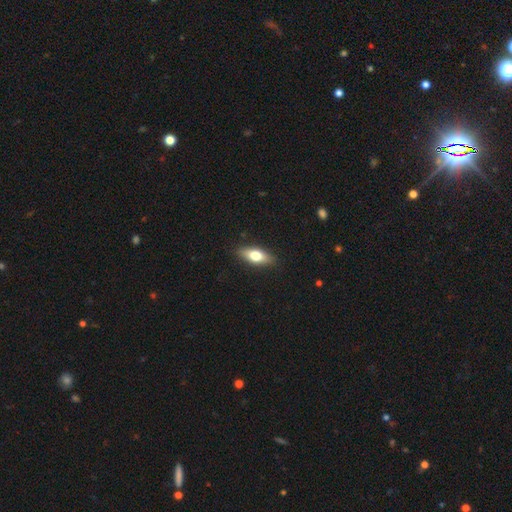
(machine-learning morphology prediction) Overall: smooth (65%; featured or disk 29%). How rounded: in between (68%). Merging: none (88%).